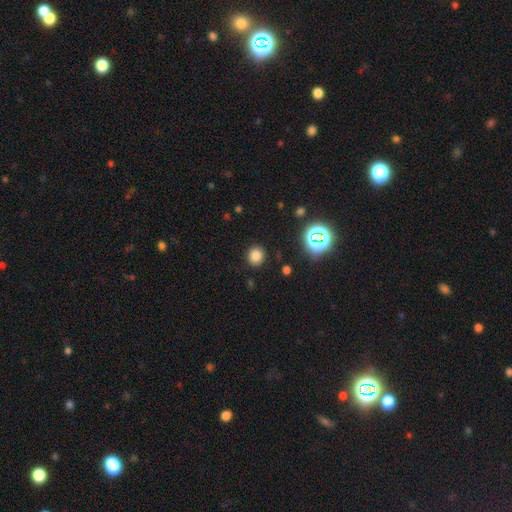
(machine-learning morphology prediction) Q: Smooth or featured?
A: smooth (79%); runner-up: star or artifact (17%)
Q: How rounded?
A: round (81%); runner-up: in between (18%)
Q: Merging?
A: none (88%); runner-up: minor disturbance (8%)